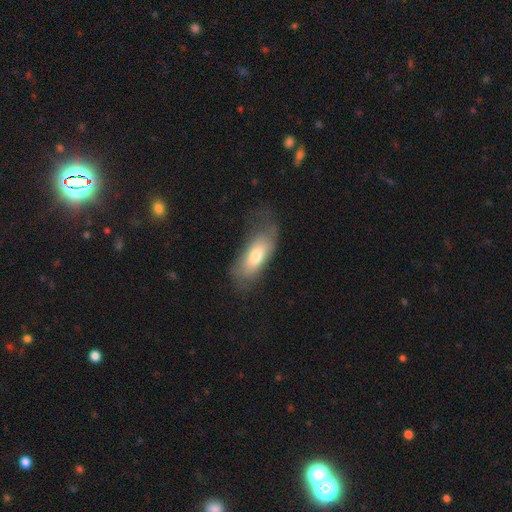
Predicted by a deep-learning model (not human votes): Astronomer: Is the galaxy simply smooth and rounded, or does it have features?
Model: smooth — 66%.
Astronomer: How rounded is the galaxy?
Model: in between — 78%.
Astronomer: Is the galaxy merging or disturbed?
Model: none — 45% (runner-up: minor disturbance, 30%).